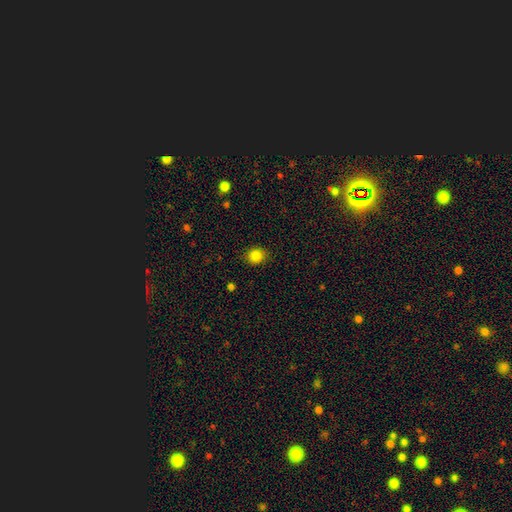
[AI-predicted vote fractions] Q: Smooth or featured?
A: smooth (84%); runner-up: star or artifact (12%)
Q: How rounded?
A: round (78%); runner-up: in between (21%)
Q: Merging?
A: none (88%); runner-up: minor disturbance (9%)